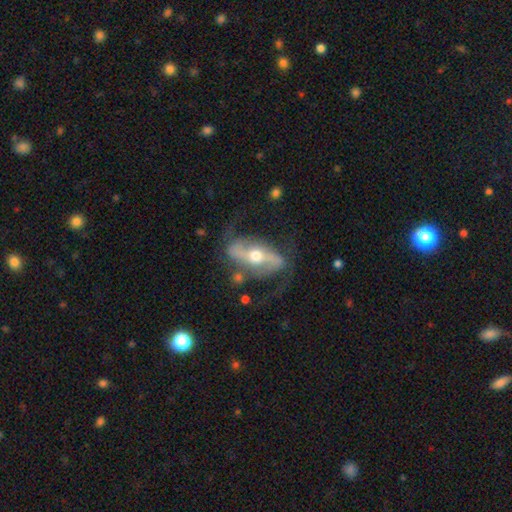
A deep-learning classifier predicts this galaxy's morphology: This appears to be a featured or disk galaxy (85%) with a strong bar (57%), 2 (90%) loose (53%) spiral arms (89%) and a moderate central bulge (66%). Merging: none (67%).